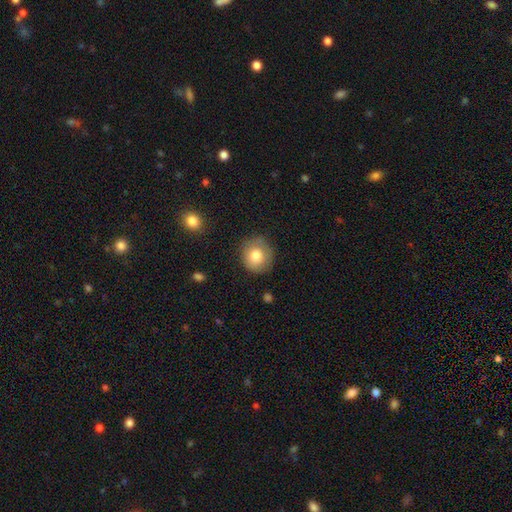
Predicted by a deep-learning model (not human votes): Q: Smooth or featured?
A: smooth (79%); runner-up: featured or disk (13%)
Q: How rounded?
A: round (86%); runner-up: in between (13%)
Q: Merging?
A: none (82%); runner-up: minor disturbance (14%)